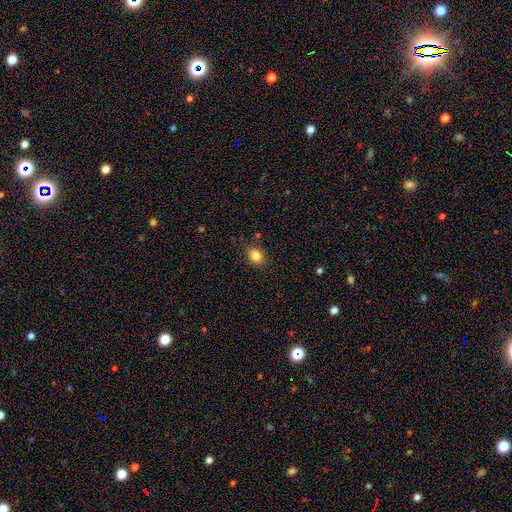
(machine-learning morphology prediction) Smooth or featured? Predicted: smooth (p=0.84). How rounded? Predicted: in between (p=0.51). Merging? Predicted: none (p=0.84).